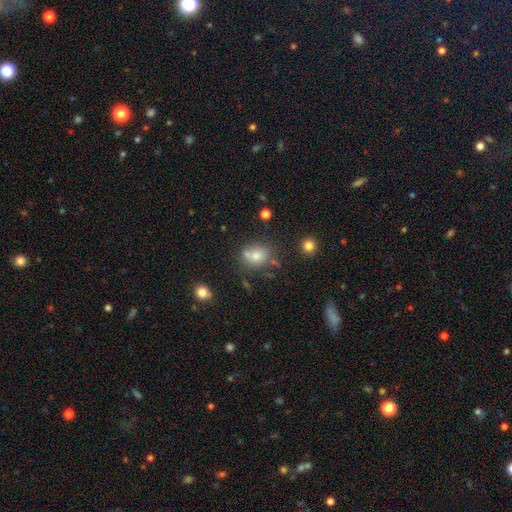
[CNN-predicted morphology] A smooth galaxy with no disk features (72%) that is round (65%). Merging: none (55%).